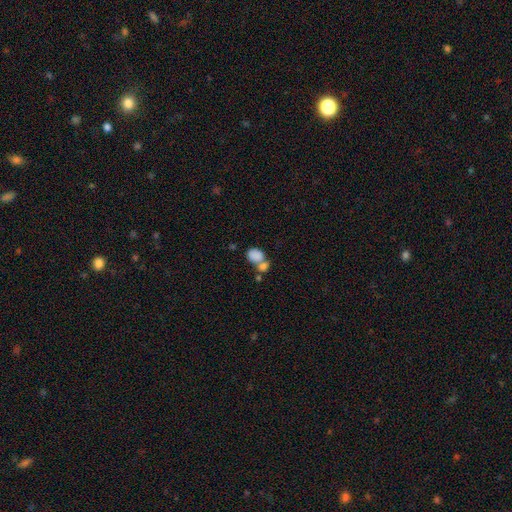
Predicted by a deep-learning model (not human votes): Smooth or featured: smooth — 82% (featured or disk — 9%)
How rounded: in between — 65% (round — 34%)
Merging: merger — 54% (none — 31%)